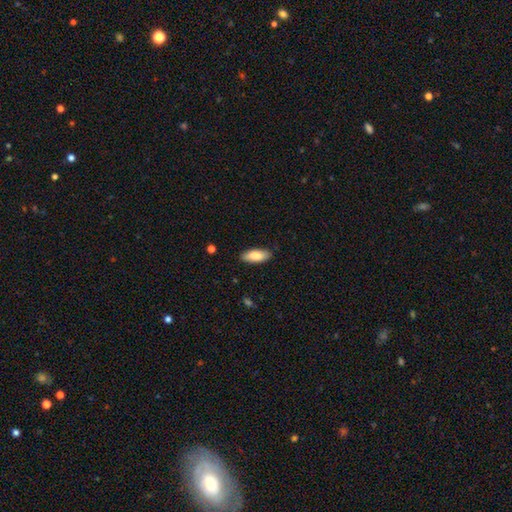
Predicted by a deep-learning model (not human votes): Morphology: type=smooth (84%); roundness=in between (82%); merging=none (88%).